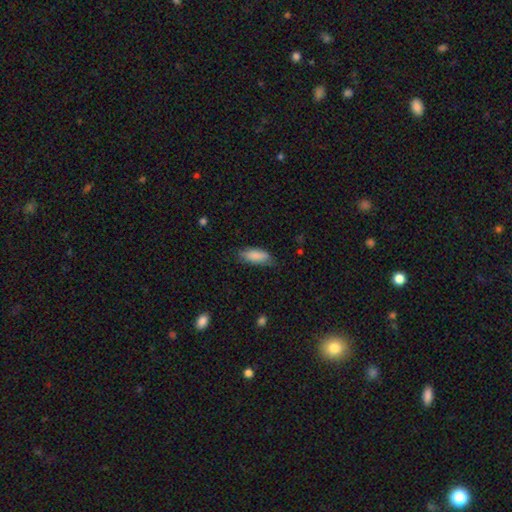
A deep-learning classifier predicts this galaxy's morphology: Smooth or featured? Predicted: smooth (p=0.87). How rounded? Predicted: in between (p=0.75). Merging? Predicted: none (p=0.73).